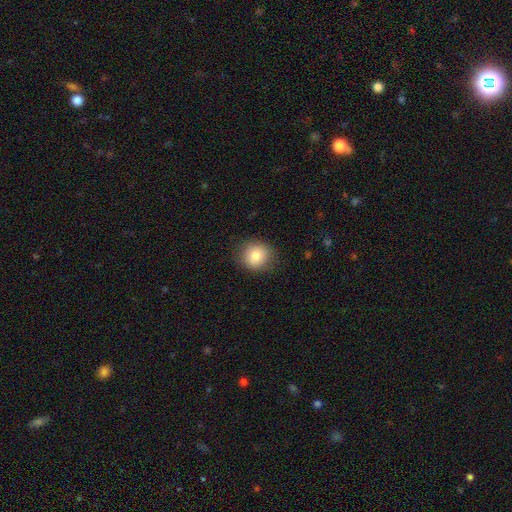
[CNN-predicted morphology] A smooth galaxy with no disk features (81%) that is round (84%). Merging: none (85%).